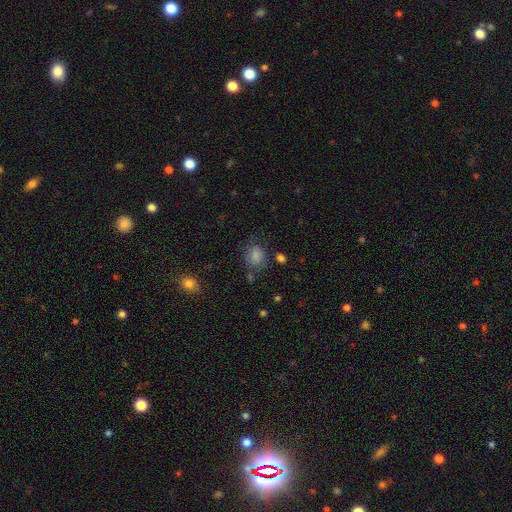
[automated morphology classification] Smooth or featured: smooth — 81% (star or artifact — 11%)
How rounded: round — 52% (in between — 47%)
Merging: none — 65% (minor disturbance — 21%)